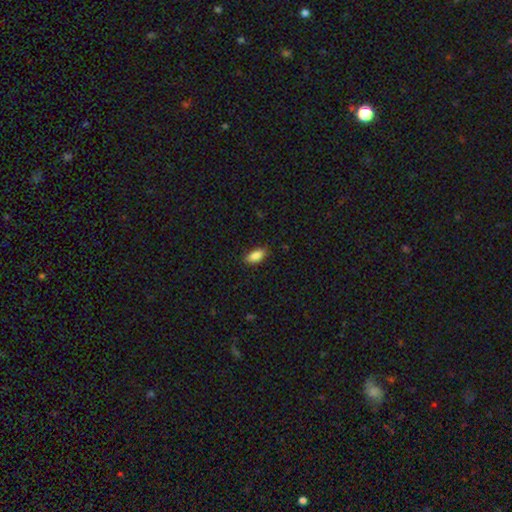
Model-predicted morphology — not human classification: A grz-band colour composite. It shows a smooth galaxy with no disk features (88%) that is in between round and cigar-shaped (89%). Merging: none (85%).